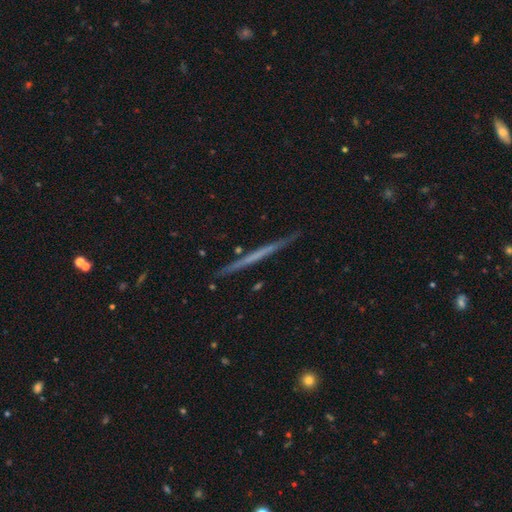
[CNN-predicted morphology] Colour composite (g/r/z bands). It shows a featured or disk galaxy (60%) viewed edge-on (98%) with no central bulge (93%). Merging: none (91%).